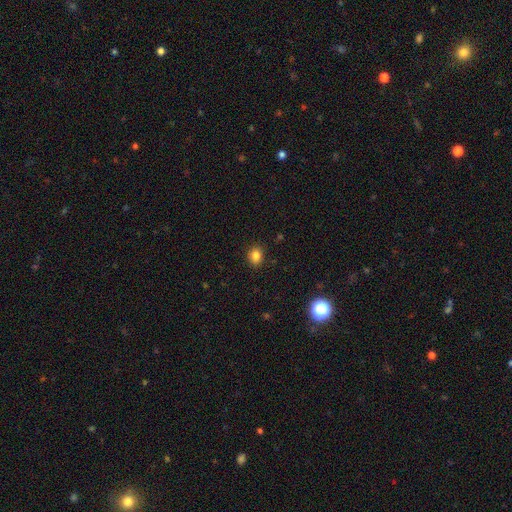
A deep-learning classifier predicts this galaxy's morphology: A smooth galaxy with no disk features (83%) that is round (53%).

Vote fractions:
- Smooth or featured? smooth: 83% / star or artifact: 11% / featured or disk: 6%
- How rounded? round: 53% / in between: 46% / cigar-shaped: 1%
- Merging? none: 89% / minor disturbance: 8% / major disturbance: 2% / merger: 1%